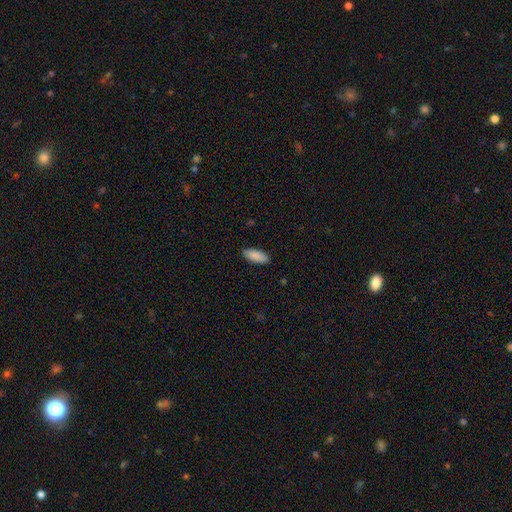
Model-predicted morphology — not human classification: smooth-or-featured: smooth: 90% | star or artifact: 6% | featured or disk: 5%
  how-rounded: in between: 83% | cigar-shaped: 16% | round: 2%
  merging: none: 88% | minor disturbance: 9% | major disturbance: 2% | merger: 1%